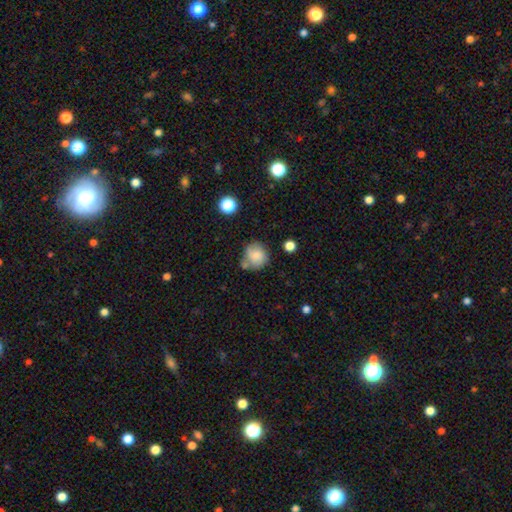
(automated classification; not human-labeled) smooth 75%, featured or disk 16%, star or artifact 9%. Down the decision tree: how rounded — round (83%); merging — none (51%).